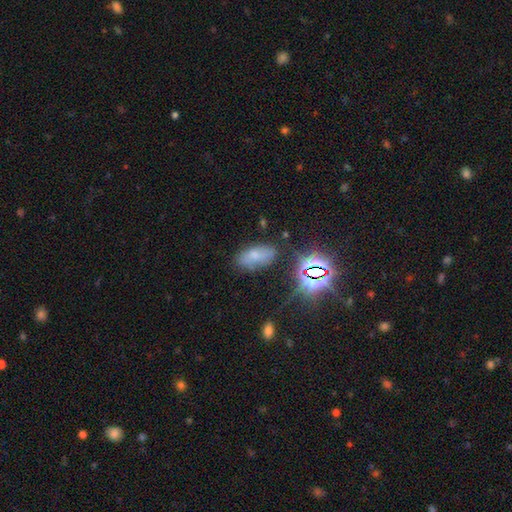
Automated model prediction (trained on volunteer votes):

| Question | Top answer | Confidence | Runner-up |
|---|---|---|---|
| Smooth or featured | smooth | 54% | star or artifact (27%) |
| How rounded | in between | 91% | cigar-shaped (5%) |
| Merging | none | 68% | minor disturbance (20%) |